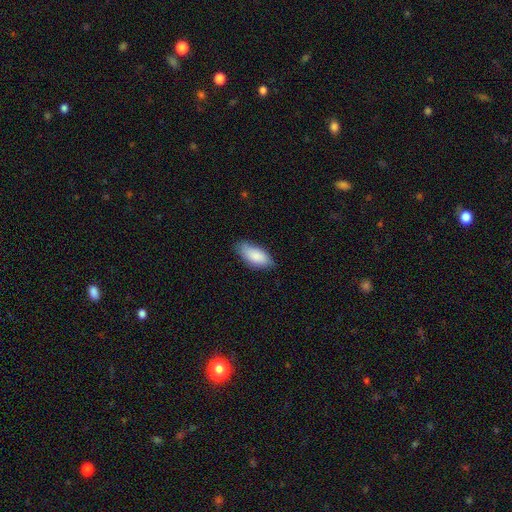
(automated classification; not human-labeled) This appears to be a smooth galaxy with no disk features (86%) that is in between round and cigar-shaped (88%). Merging: none (77%).